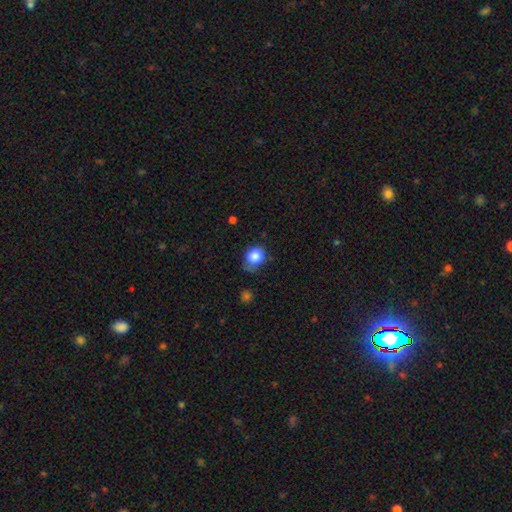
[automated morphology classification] Overall: smooth (84%). How rounded: round (70%). Merging: none (56%; minor disturbance 32%).